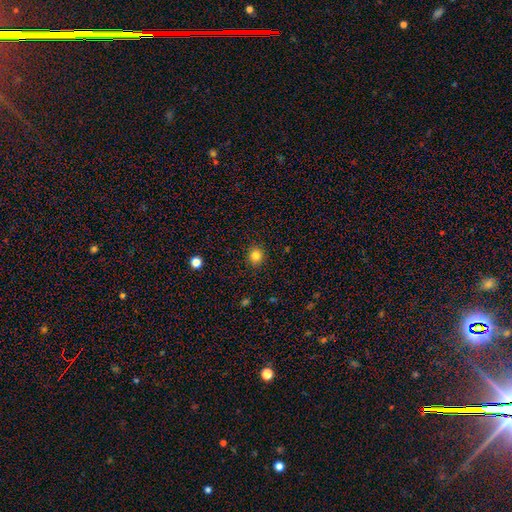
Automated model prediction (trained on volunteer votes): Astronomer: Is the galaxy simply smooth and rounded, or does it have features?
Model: smooth — 83%.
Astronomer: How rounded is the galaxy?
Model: round — 85%.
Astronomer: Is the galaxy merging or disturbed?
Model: none — 90%.